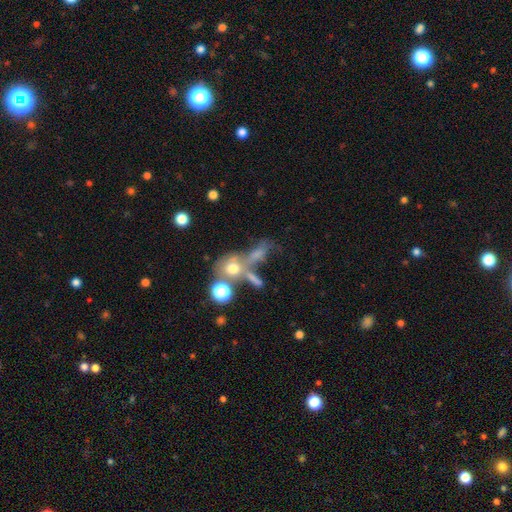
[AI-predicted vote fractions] The model was most divided on "merging": merger: 43%, none: 28%, major disturbance: 18%, minor disturbance: 12%. Remaining: smooth or featured — smooth (49%).